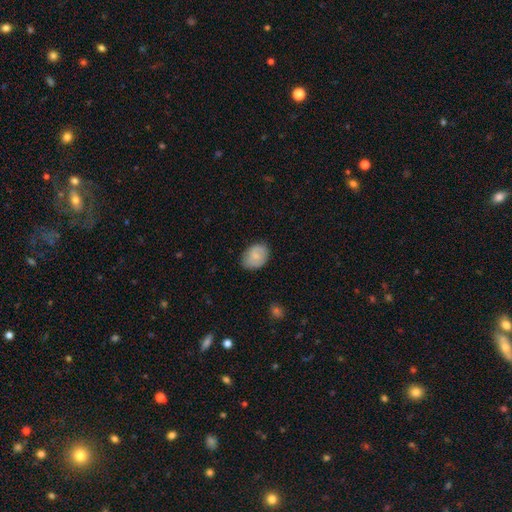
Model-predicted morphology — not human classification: type=smooth (75%); roundness=in between (70%); merging=none (76%).